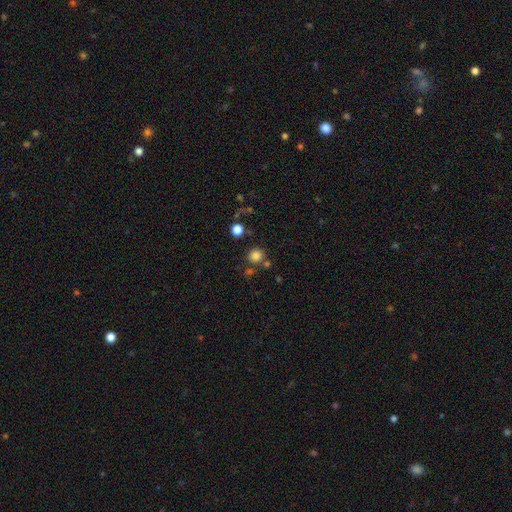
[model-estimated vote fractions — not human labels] Overall: smooth (81%). How rounded: round (91%). Merging: none (78%).